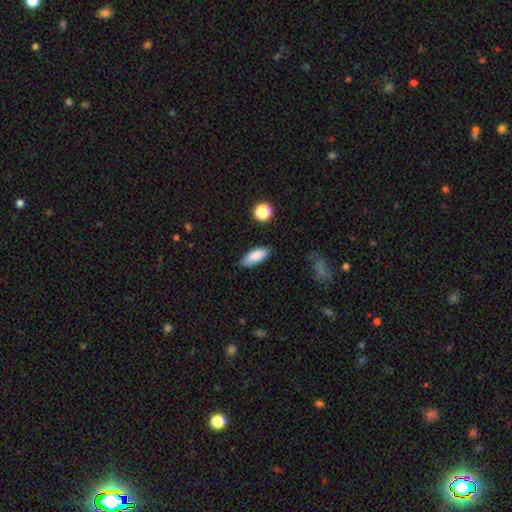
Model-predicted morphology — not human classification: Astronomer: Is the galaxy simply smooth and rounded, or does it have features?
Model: smooth — 85%.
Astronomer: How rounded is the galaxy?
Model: in between — 80%.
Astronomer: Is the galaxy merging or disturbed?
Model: none — 80%.